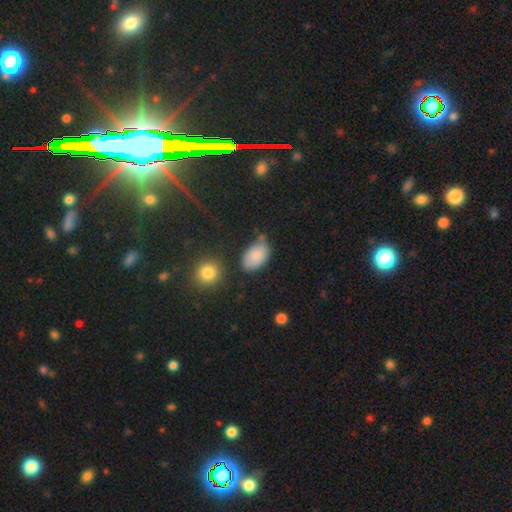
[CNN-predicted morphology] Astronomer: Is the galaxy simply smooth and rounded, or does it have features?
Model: smooth — 81%.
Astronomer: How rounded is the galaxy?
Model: in between — 89%.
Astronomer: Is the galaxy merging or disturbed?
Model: none — 50% (runner-up: minor disturbance, 33%).